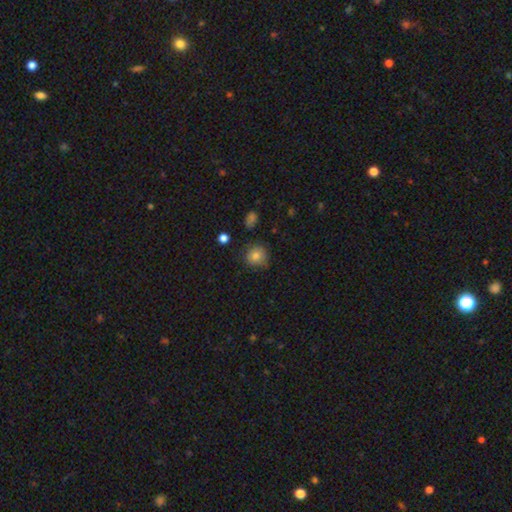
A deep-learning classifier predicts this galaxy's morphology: Smooth or featured: smooth — 81% (star or artifact — 11%)
How rounded: round — 89% (in between — 10%)
Merging: none — 76% (minor disturbance — 18%)